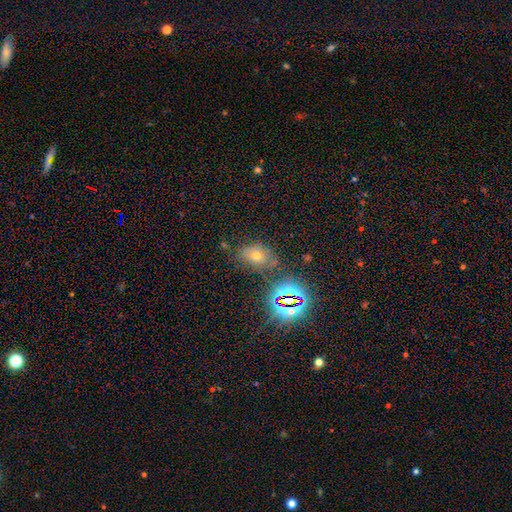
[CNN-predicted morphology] Q: Smooth or featured?
A: smooth (54%); runner-up: star or artifact (30%)
Q: How rounded?
A: in between (75%); runner-up: round (23%)
Q: Merging?
A: none (72%); runner-up: minor disturbance (17%)